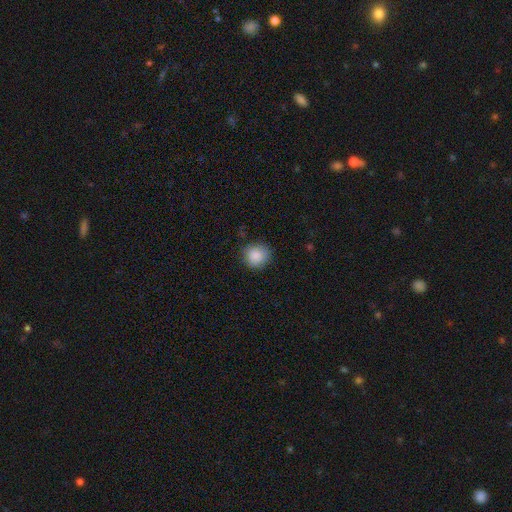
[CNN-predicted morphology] Smooth or featured? smooth (88%)
How rounded? round (87%)
Merging? none (83%)